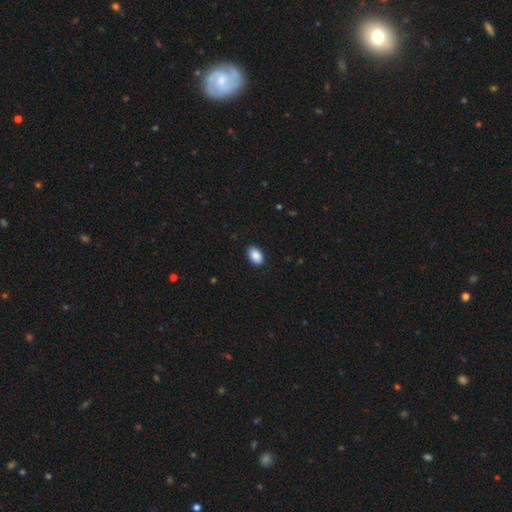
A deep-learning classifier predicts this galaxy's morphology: smooth-or-featured: smooth: 89% | star or artifact: 7% | featured or disk: 4%
  how-rounded: in between: 89% | round: 10% | cigar-shaped: 1%
  merging: none: 89% | minor disturbance: 8% | major disturbance: 2% | merger: 1%